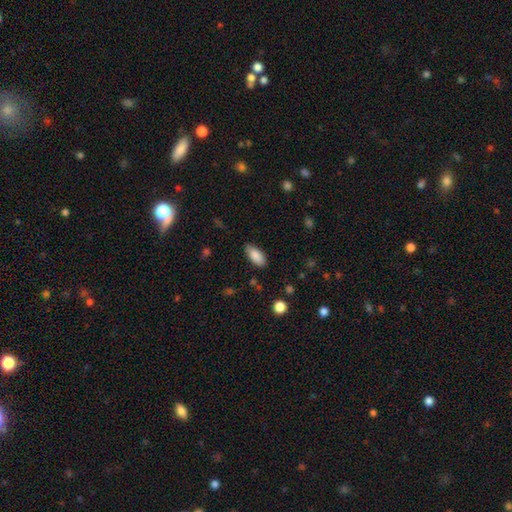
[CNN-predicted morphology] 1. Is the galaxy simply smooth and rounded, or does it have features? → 88% smooth, 7% star or artifact, 6% featured or disk.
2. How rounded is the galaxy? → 90% in between, 8% cigar-shaped, 2% round.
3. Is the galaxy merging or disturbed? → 80% none, 16% minor disturbance, 3% major disturbance, 1% merger.